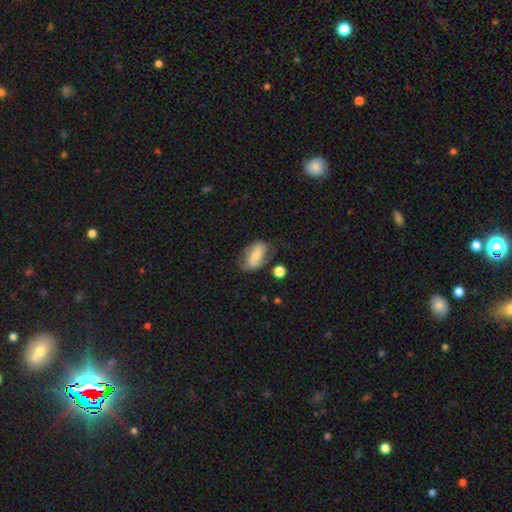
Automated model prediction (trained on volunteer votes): A smooth galaxy with no disk features (52%) that is in between round and cigar-shaped (88%). Merging: none (58%).